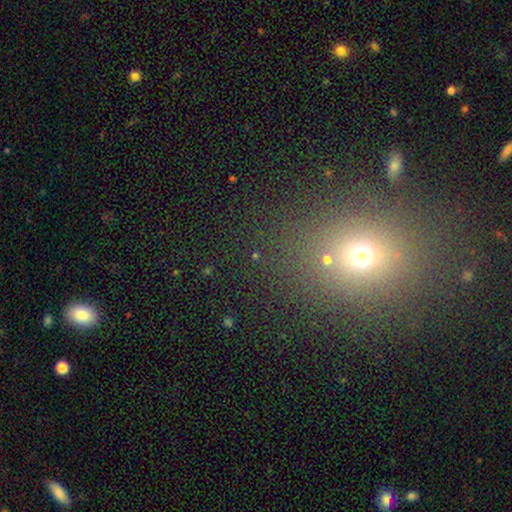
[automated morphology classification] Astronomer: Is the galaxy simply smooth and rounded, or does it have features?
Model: star or artifact — 50% (runner-up: smooth, 39%).